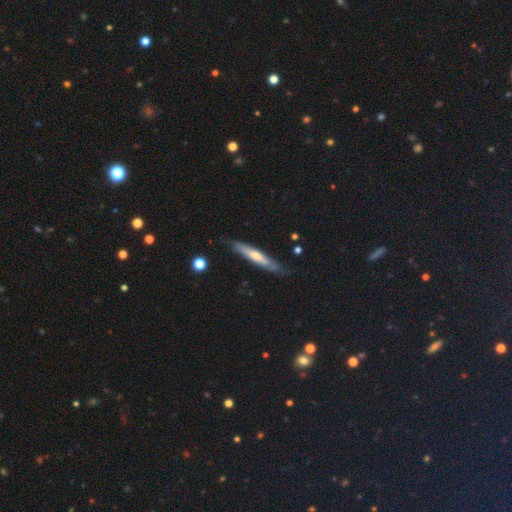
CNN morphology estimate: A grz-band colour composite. It shows a featured or disk galaxy (55%) viewed edge-on (78%). Merging: none (74%).